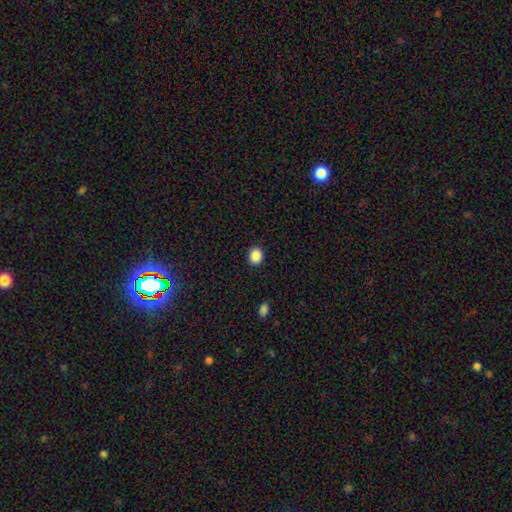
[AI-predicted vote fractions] Smooth or featured?
  - smooth: 88% *
  - star or artifact: 9%
  - featured or disk: 3%
How rounded?
  - round: 69% *
  - in between: 30%
  - cigar-shaped: 1%
Merging?
  - none: 90% *
  - minor disturbance: 7%
  - major disturbance: 2%
  - merger: 1%